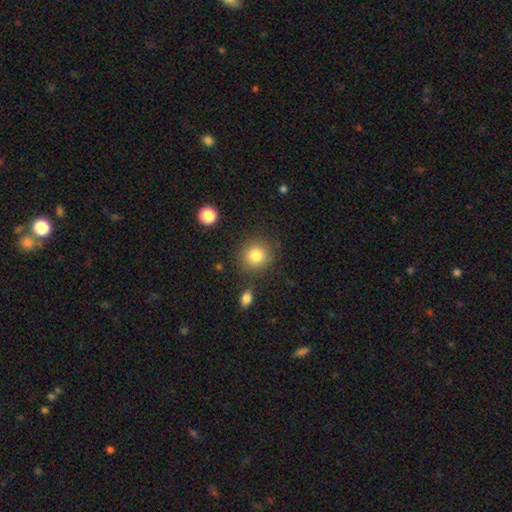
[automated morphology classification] A smooth galaxy with no disk features (83%) that is round (89%). Merging: none (84%).